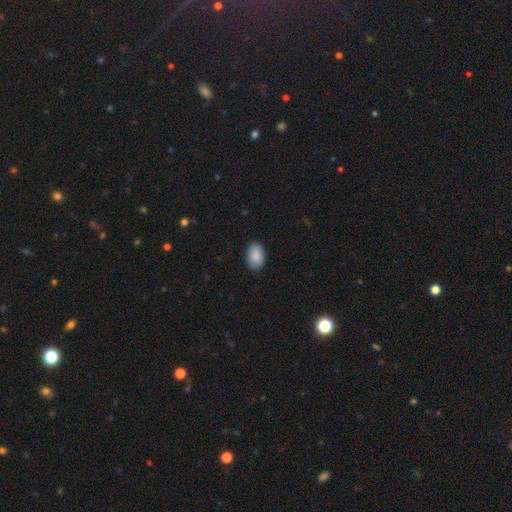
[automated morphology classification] Smooth or featured? smooth (89%)
How rounded? in between (89%)
Merging? none (88%)